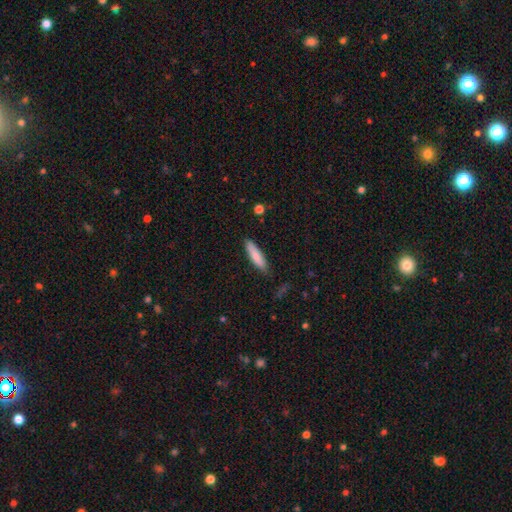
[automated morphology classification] type=smooth (81%); roundness=cigar-shaped (72%); merging=none (85%).